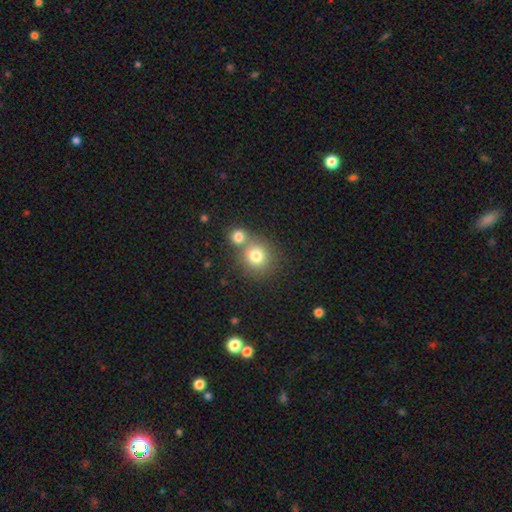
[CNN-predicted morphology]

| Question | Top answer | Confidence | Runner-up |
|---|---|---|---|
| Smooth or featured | smooth | 76% | star or artifact (12%) |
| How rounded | round | 86% | in between (13%) |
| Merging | none | 50% | merger (39%) |